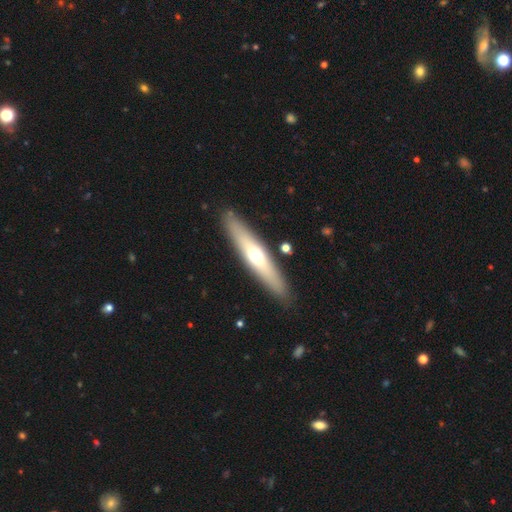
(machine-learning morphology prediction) A smooth galaxy with no disk features (48%). Merging: none (88%).